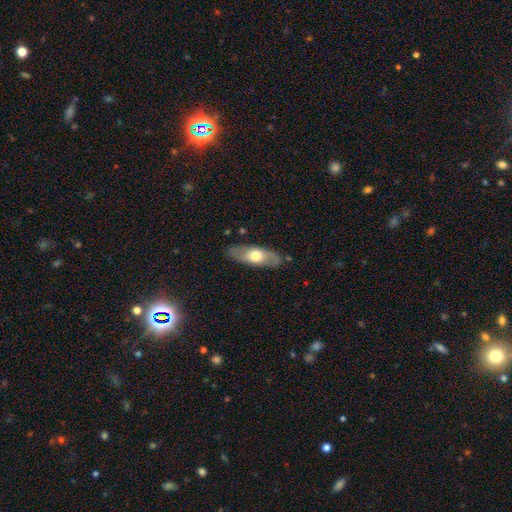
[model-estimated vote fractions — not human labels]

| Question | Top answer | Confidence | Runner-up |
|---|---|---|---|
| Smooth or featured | smooth | 49% | featured or disk (46%) |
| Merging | none | 82% | minor disturbance (13%) |